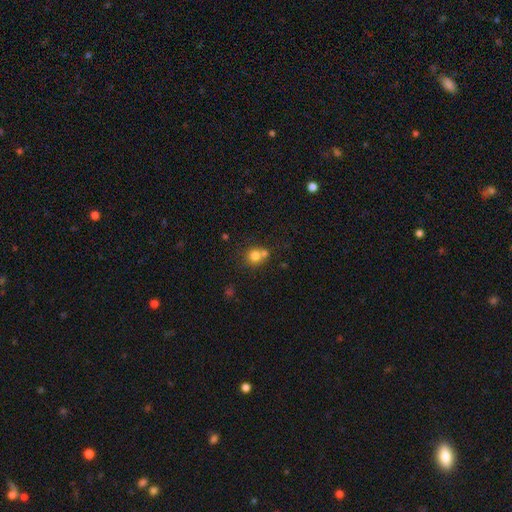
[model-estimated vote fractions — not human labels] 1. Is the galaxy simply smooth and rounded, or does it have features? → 78% smooth, 12% star or artifact, 10% featured or disk.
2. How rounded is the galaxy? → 86% round, 13% in between, 1% cigar-shaped.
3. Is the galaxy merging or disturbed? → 52% none, 34% merger, 10% minor disturbance, 4% major disturbance.